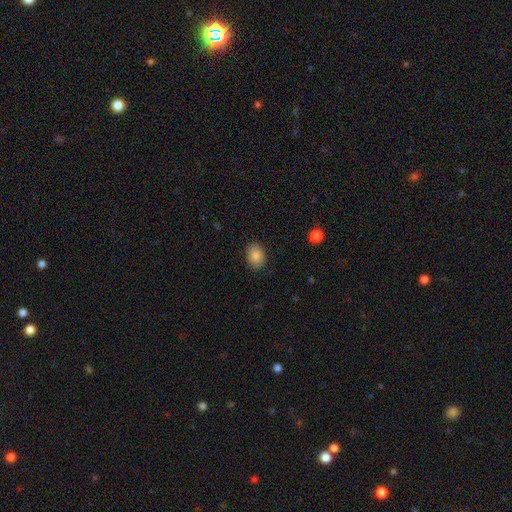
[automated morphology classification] smooth 86%, star or artifact 8%, featured or disk 6%. Down the decision tree: how rounded — in between (68%); merging — none (88%).